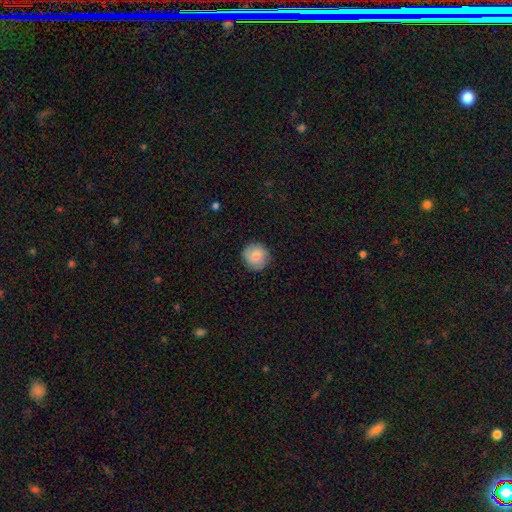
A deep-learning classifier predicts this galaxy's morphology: type=smooth (79%); roundness=round (93%); merging=none (85%).